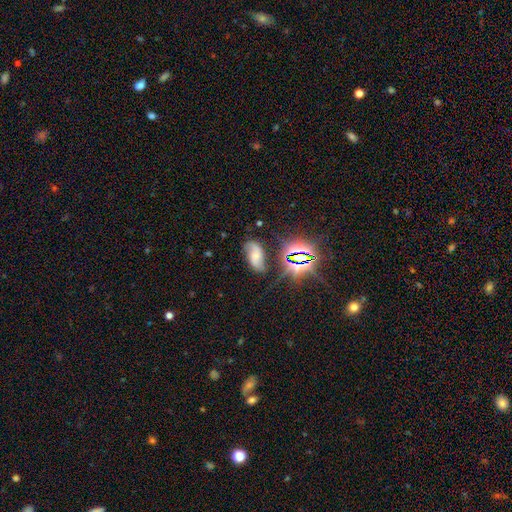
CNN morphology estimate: smooth_or_featured: featured or disk (p=0.59) [alt: smooth p=0.23]
disk_edge_on: no (p=0.95) [alt: yes p=0.05]
bar: no (p=0.55) [alt: weak p=0.32]
has_spiral_arms: yes (p=0.91) [alt: no p=0.09]
spiral_winding: loose (p=0.50) [alt: medium p=0.36]
spiral_arm_count: 2 (p=0.87) [alt: can't tell p=0.06]
bulge_size: small (p=0.45) [alt: moderate p=0.34]
merging: none (p=0.67) [alt: minor disturbance p=0.21]